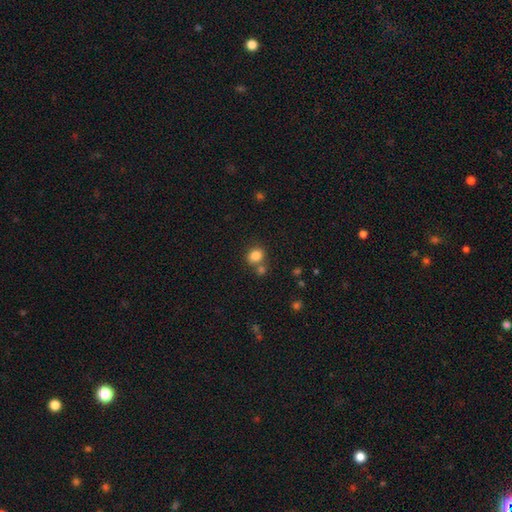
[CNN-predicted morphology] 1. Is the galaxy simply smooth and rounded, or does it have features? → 83% smooth, 11% star or artifact, 6% featured or disk.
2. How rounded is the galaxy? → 64% round, 35% in between, 1% cigar-shaped.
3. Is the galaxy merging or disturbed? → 61% none, 25% merger, 11% minor disturbance, 4% major disturbance.